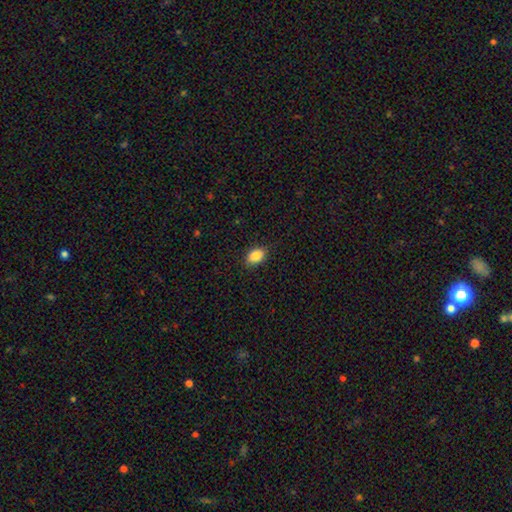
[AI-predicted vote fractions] Smooth or featured? smooth (86%)
How rounded? in between (85%)
Merging? none (86%)